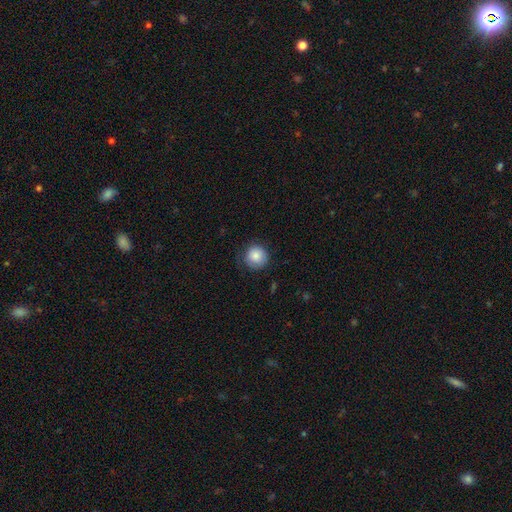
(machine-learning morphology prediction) A smooth galaxy with no disk features (84%) that is round (93%).

Vote fractions:
- Smooth or featured? smooth: 84% / star or artifact: 8% / featured or disk: 8%
- How rounded? round: 93% / in between: 6% / cigar-shaped: 1%
- Merging? none: 74% / minor disturbance: 20% / major disturbance: 5% / merger: 1%